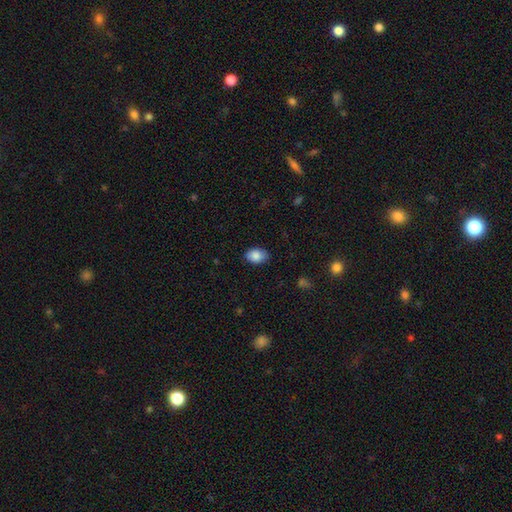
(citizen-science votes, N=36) Smooth or featured? 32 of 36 (89%) said smooth. How rounded? 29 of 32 (91%) said in between. Merging? 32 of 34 (94%) said none.